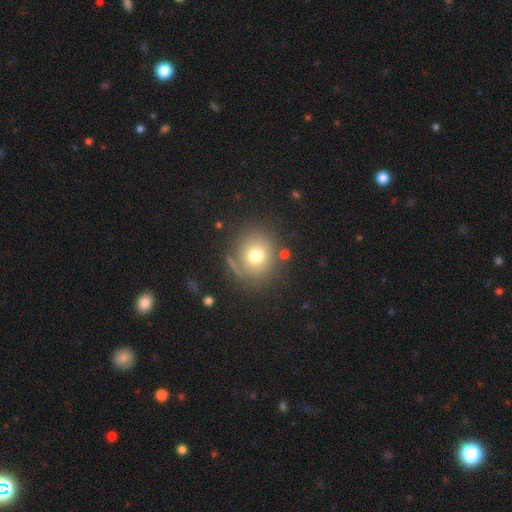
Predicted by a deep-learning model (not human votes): smooth-or-featured: smooth: 72% | featured or disk: 14% | star or artifact: 13%
  how-rounded: round: 84% | in between: 15% | cigar-shaped: 1%
  merging: none: 76% | minor disturbance: 12% | merger: 6% | major disturbance: 6%